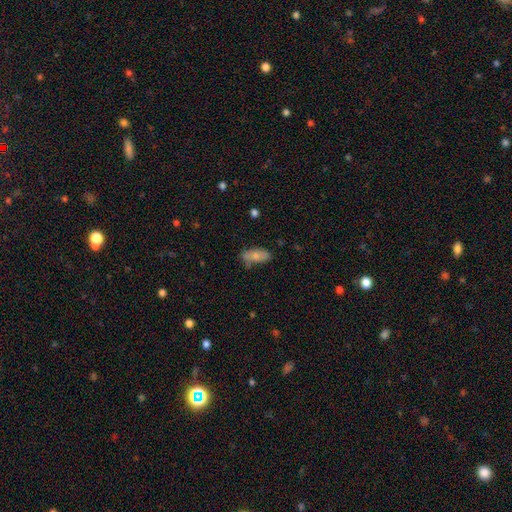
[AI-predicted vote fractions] Morphology: type=smooth (75%); roundness=in between (83%); merging=none (63%).